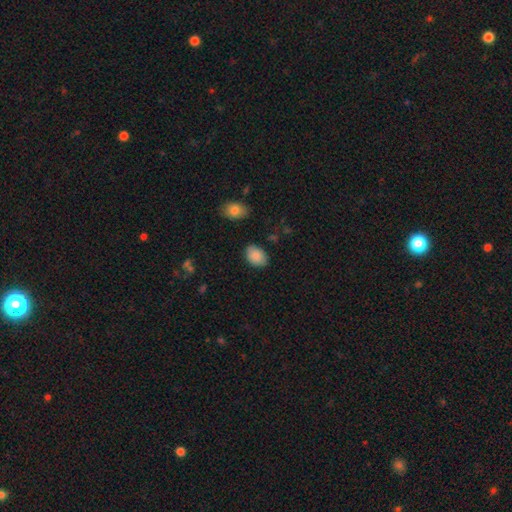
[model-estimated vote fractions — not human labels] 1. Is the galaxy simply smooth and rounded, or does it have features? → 88% smooth, 7% star or artifact, 5% featured or disk.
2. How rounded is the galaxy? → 84% in between, 15% round, 1% cigar-shaped.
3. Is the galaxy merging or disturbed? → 84% none, 12% minor disturbance, 3% major disturbance, 2% merger.